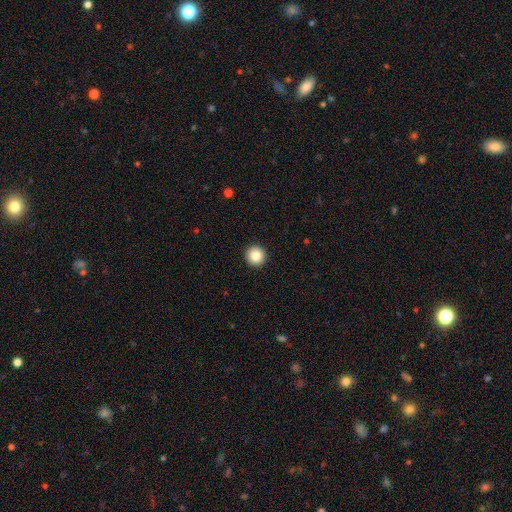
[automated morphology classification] A smooth galaxy with no disk features (86%) that is round (95%). Merging: none (94%).